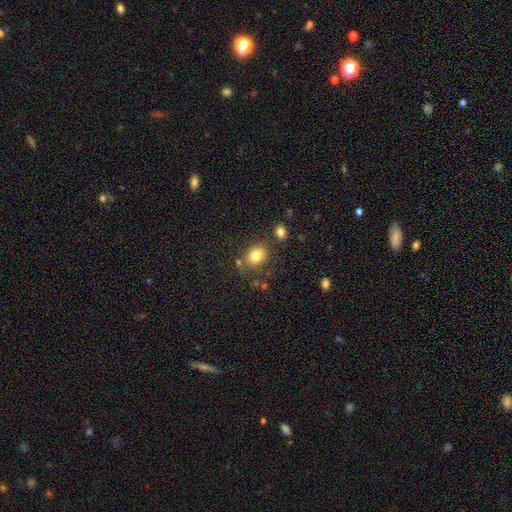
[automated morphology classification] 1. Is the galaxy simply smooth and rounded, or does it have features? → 81% smooth, 10% star or artifact, 9% featured or disk.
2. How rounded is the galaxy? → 54% in between, 45% round, 1% cigar-shaped.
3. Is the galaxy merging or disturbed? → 76% none, 13% minor disturbance, 7% merger, 4% major disturbance.